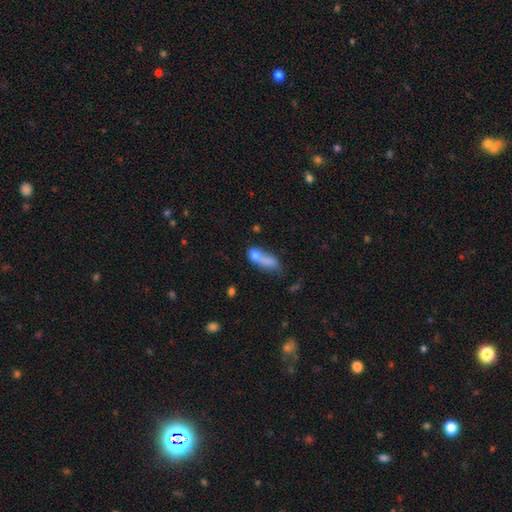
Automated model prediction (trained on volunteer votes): The model was most divided on "merging": merger: 54%, none: 20%, major disturbance: 13%, minor disturbance: 12%. More confident: smooth or featured — smooth (71%); how rounded — in between (63%).